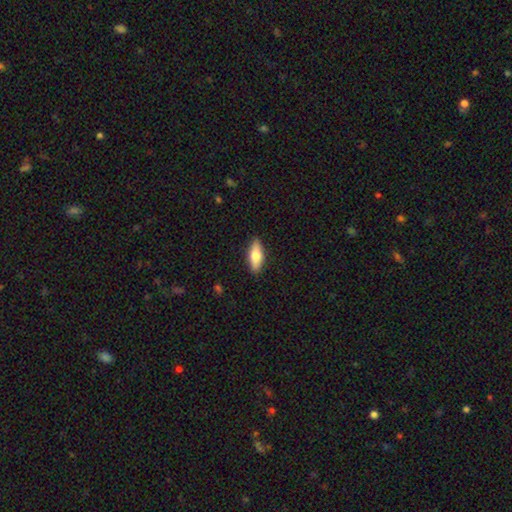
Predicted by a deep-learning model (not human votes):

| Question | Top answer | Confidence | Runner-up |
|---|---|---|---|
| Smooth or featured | smooth | 68% | featured or disk (26%) |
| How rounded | in between | 68% | cigar-shaped (29%) |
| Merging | none | 89% | minor disturbance (8%) |